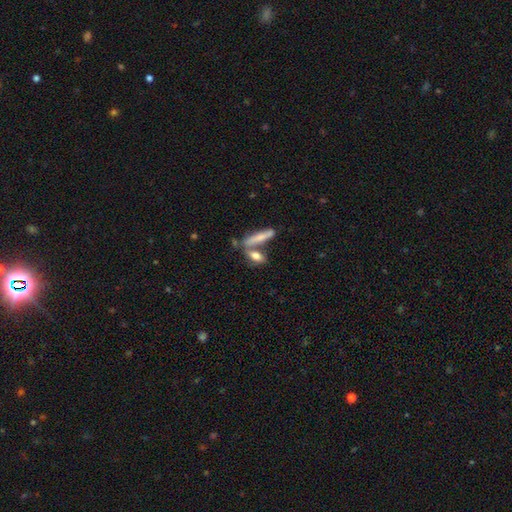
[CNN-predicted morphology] This is likely a smooth galaxy (67%). How rounded: possibly cigar-shaped (51%). Merging: possibly none (49%).